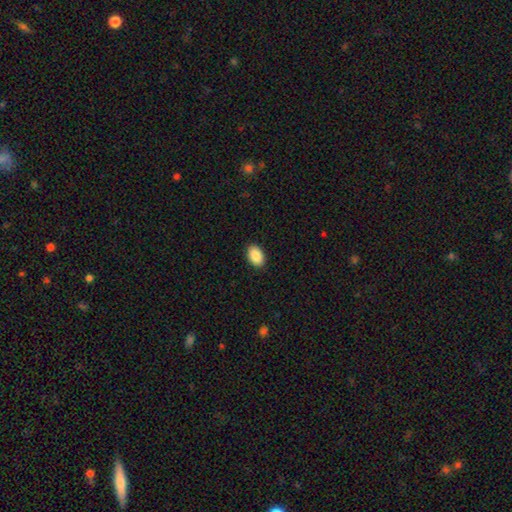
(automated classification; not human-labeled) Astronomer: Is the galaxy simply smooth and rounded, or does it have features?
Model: smooth — 90%.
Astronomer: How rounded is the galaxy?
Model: in between — 91%.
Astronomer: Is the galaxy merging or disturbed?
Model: none — 90%.